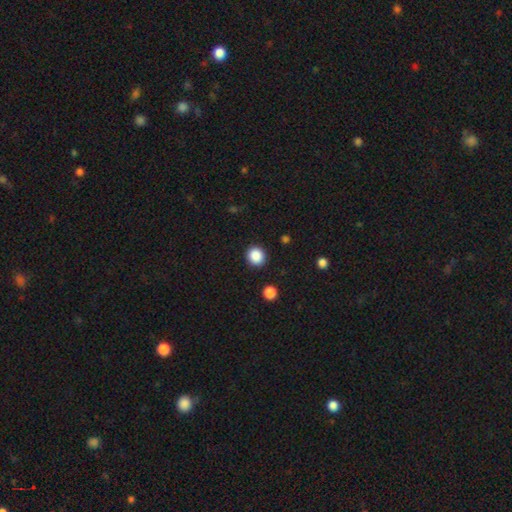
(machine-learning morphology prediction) smooth 87%, star or artifact 10%, featured or disk 3%. Down the decision tree: how rounded — round (85%); merging — none (90%).